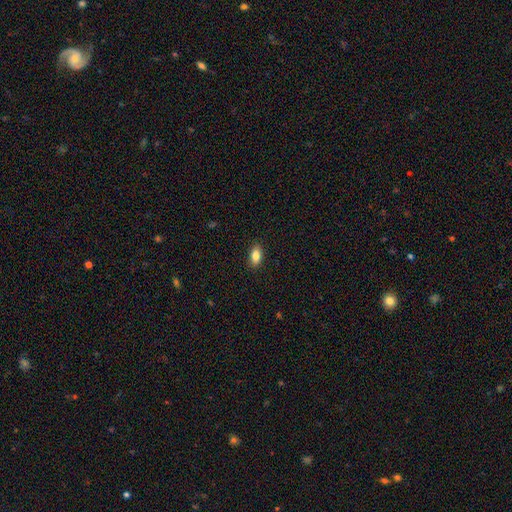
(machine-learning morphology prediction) smooth-or-featured: smooth: 85% | star or artifact: 8% | featured or disk: 7%
  how-rounded: in between: 89% | cigar-shaped: 6% | round: 5%
  merging: none: 89% | minor disturbance: 8% | major disturbance: 2% | merger: 1%